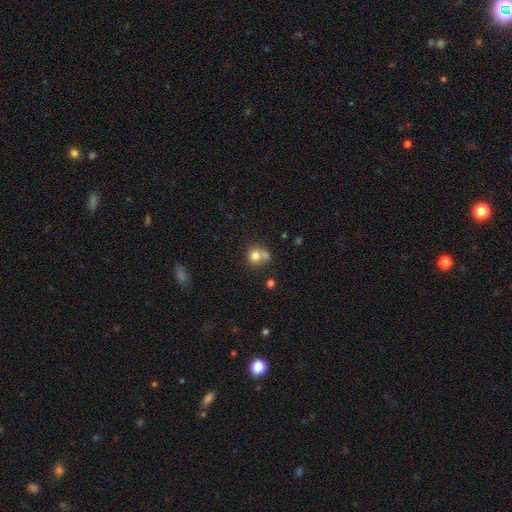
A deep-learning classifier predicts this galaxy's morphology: Smooth or featured? Predicted: smooth (p=0.78). How rounded? Predicted: round (p=0.78). Merging? Predicted: none (p=0.42).